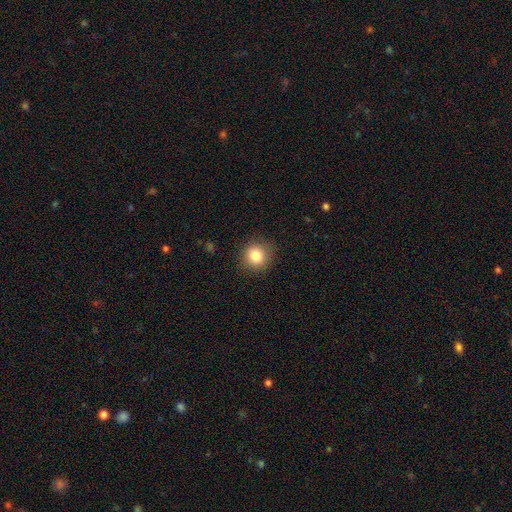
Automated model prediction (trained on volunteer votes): A smooth galaxy with no disk features (84%) that is round (88%). Merging: none (88%).